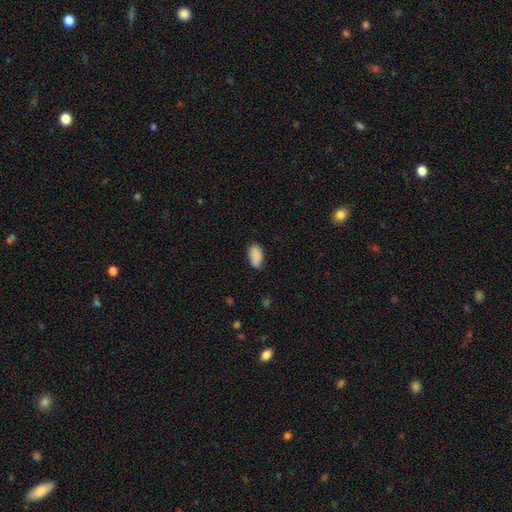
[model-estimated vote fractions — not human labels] Smooth or featured?
  - smooth: 88% *
  - star or artifact: 7%
  - featured or disk: 4%
How rounded?
  - in between: 93% *
  - round: 3%
  - cigar-shaped: 3%
Merging?
  - none: 75% *
  - minor disturbance: 20%
  - major disturbance: 4%
  - merger: 2%